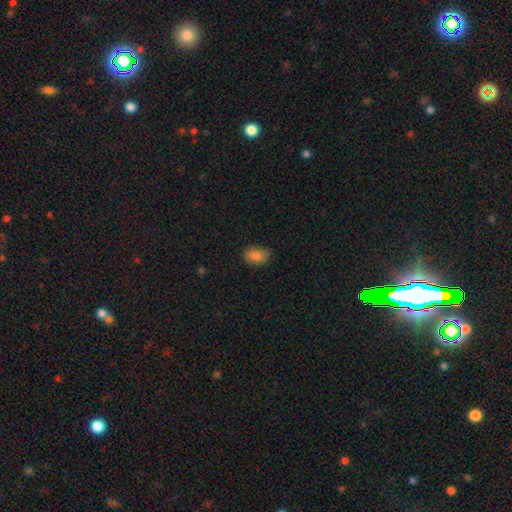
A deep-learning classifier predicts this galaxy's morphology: Smooth or featured? smooth (84%)
How rounded? in between (80%)
Merging? none (80%)